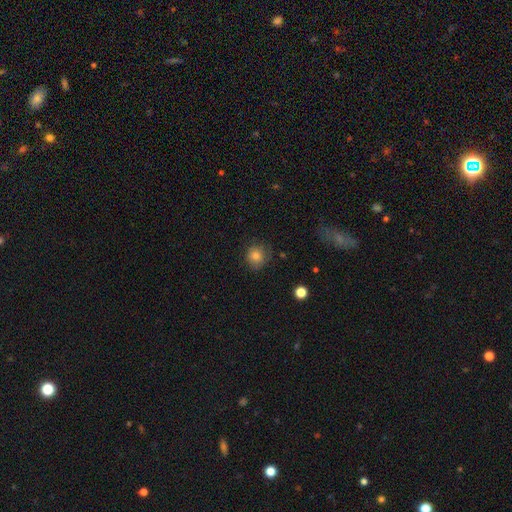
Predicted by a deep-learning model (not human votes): Smooth or featured? Predicted: smooth (p=0.81). How rounded? Predicted: round (p=0.82). Merging? Predicted: none (p=0.73).